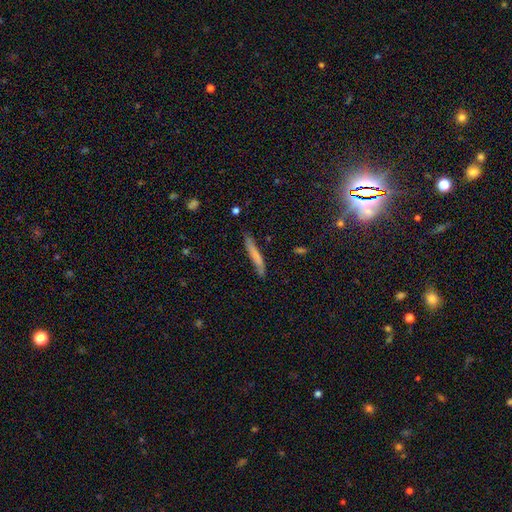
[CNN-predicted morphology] Q: Smooth or featured?
A: smooth (69%); runner-up: featured or disk (24%)
Q: How rounded?
A: cigar-shaped (94%); runner-up: in between (5%)
Q: Merging?
A: none (79%); runner-up: minor disturbance (16%)